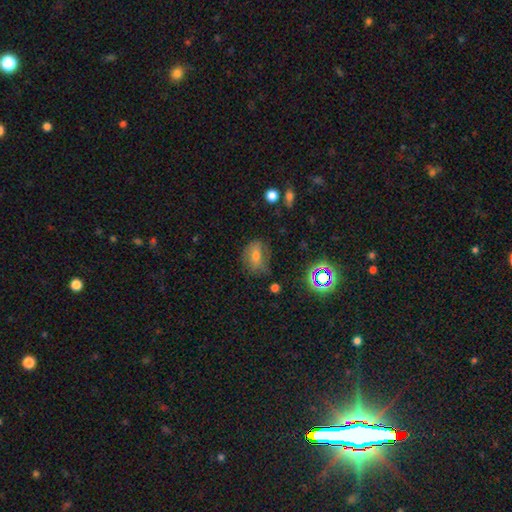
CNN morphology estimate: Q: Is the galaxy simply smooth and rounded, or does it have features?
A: smooth — 51%.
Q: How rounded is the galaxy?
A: in between — 66%.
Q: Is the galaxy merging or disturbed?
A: none — 64%.